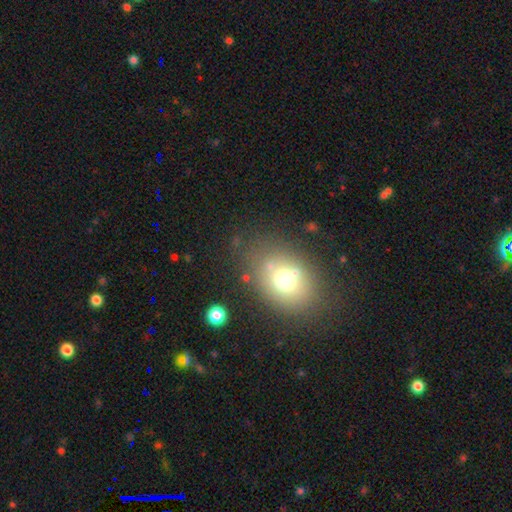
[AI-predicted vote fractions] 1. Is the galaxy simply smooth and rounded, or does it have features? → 64% smooth, 21% star or artifact, 16% featured or disk.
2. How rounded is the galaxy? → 64% in between, 35% round, 2% cigar-shaped.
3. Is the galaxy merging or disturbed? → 82% none, 12% minor disturbance, 4% major disturbance, 2% merger.